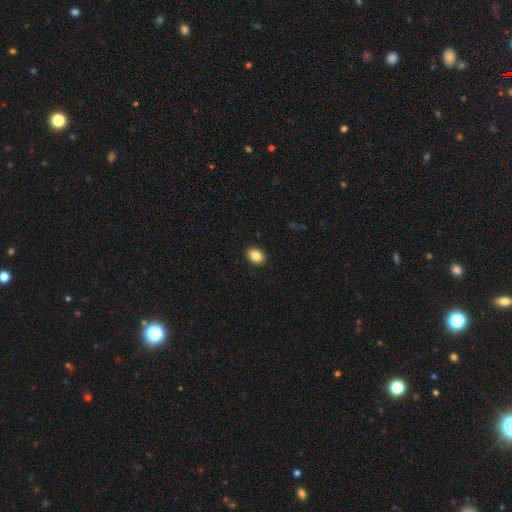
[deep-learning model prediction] Smooth or featured: smooth — 86% (star or artifact — 8%)
How rounded: in between — 71% (round — 28%)
Merging: none — 91% (minor disturbance — 6%)